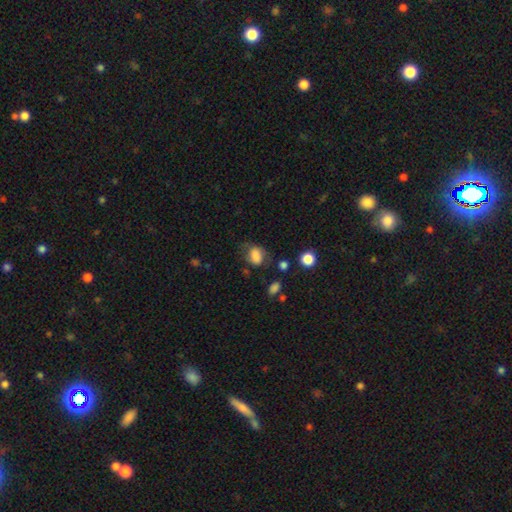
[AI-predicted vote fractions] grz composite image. It shows a smooth galaxy with no disk features (77%) that is in between round and cigar-shaped (65%). Merging: none (50%).